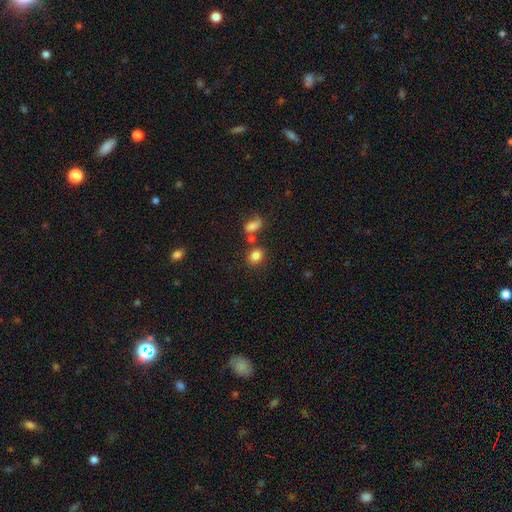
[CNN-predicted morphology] Smooth or featured? Predicted: smooth (p=0.83). How rounded? Predicted: round (p=0.54). Merging? Predicted: none (p=0.68).